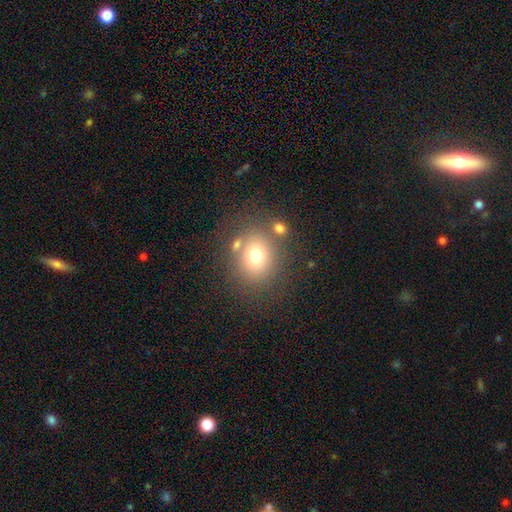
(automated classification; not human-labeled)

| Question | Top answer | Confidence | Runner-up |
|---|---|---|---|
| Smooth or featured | smooth | 73% | star or artifact (14%) |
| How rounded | round | 69% | in between (30%) |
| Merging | none | 70% | merger (12%) |